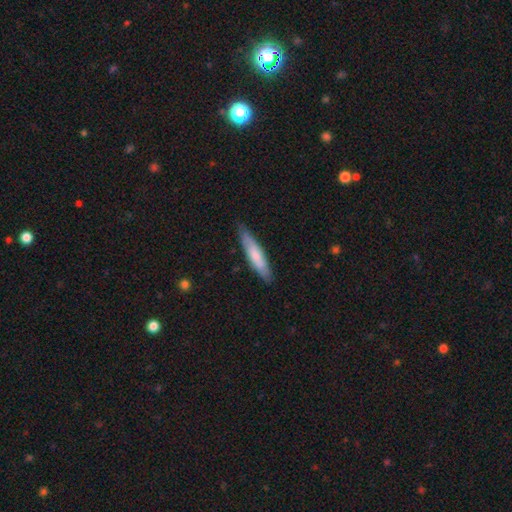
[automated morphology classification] Q: Smooth or featured?
A: smooth (69%); runner-up: featured or disk (26%)
Q: How rounded?
A: cigar-shaped (82%); runner-up: in between (17%)
Q: Merging?
A: none (83%); runner-up: minor disturbance (14%)